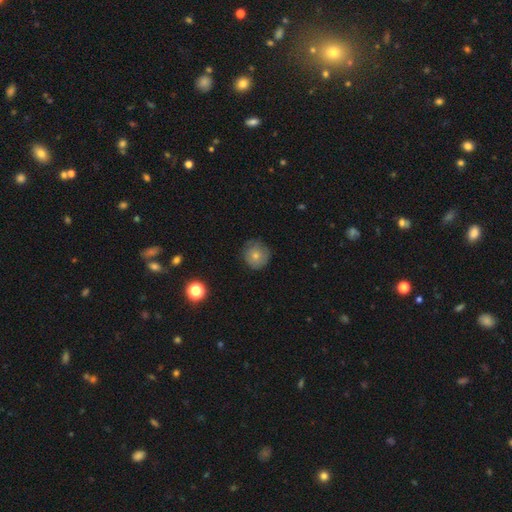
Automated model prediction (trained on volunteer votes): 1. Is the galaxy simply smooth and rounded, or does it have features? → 74% smooth, 15% featured or disk, 11% star or artifact.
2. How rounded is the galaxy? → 93% round, 6% in between, 1% cigar-shaped.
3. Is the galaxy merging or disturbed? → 80% none, 15% minor disturbance, 4% major disturbance, 1% merger.